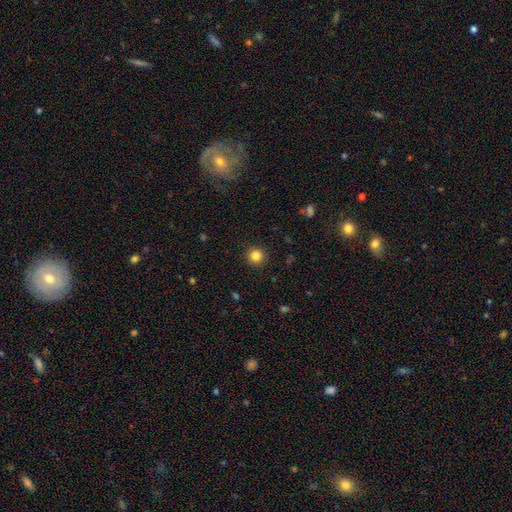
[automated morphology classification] Smooth or featured? Predicted: smooth (p=0.83). How rounded? Predicted: round (p=0.95). Merging? Predicted: none (p=0.92).